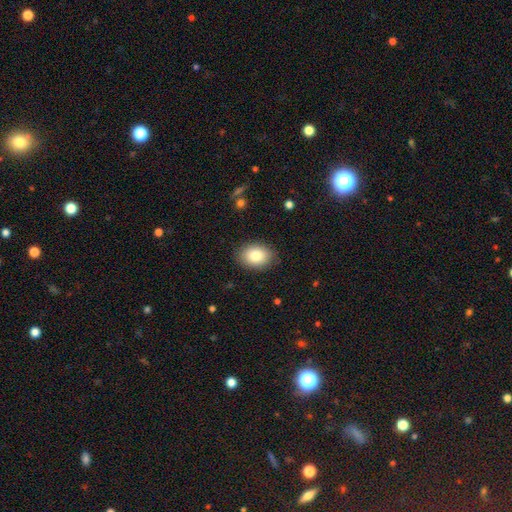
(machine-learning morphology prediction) A smooth galaxy with no disk features (84%) that is in between round and cigar-shaped (74%). Merging: none (86%).